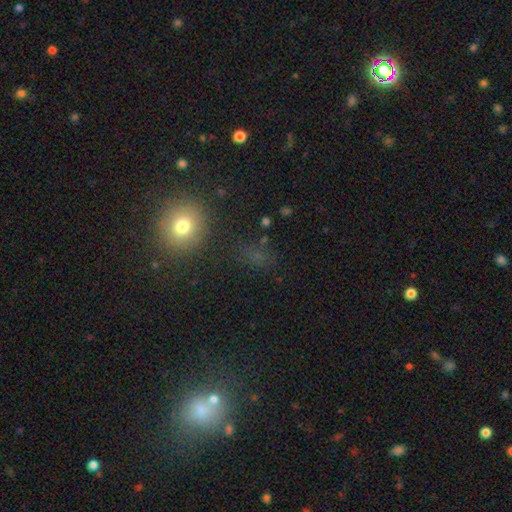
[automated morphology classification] Q: Smooth or featured?
A: smooth (51%); runner-up: star or artifact (39%)
Q: How rounded?
A: round (63%); runner-up: in between (33%)
Q: Merging?
A: none (80%); runner-up: minor disturbance (10%)